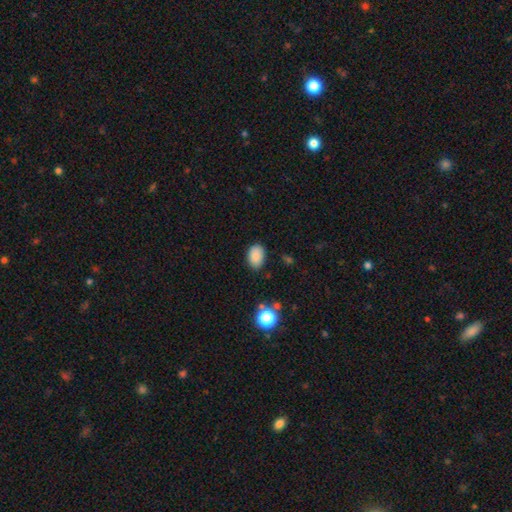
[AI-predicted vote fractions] smooth-or-featured: smooth: 86% | star or artifact: 9% | featured or disk: 4%
  how-rounded: in between: 85% | round: 14% | cigar-shaped: 1%
  merging: none: 83% | minor disturbance: 13% | major disturbance: 3% | merger: 2%